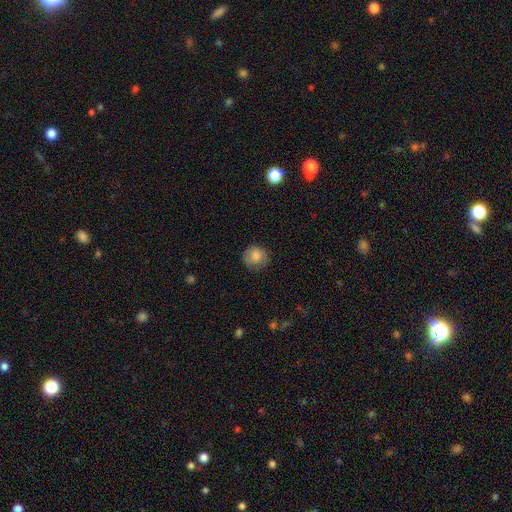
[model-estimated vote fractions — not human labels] Morphology: type=smooth (82%); roundness=round (89%); merging=none (80%).